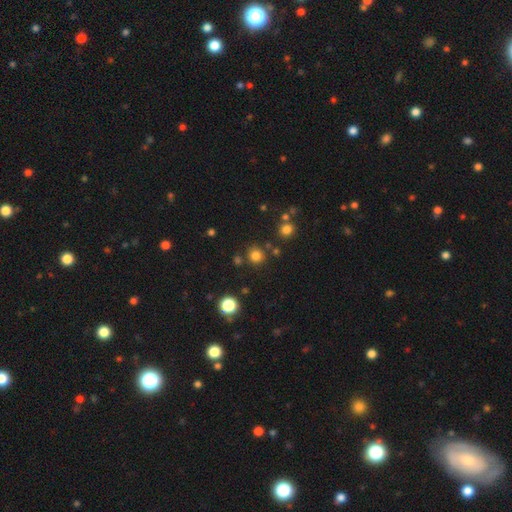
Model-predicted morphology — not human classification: smooth-or-featured: smooth: 78% | star or artifact: 17% | featured or disk: 5%
  how-rounded: round: 92% | in between: 7% | cigar-shaped: 1%
  merging: none: 83% | minor disturbance: 8% | merger: 7% | major disturbance: 3%